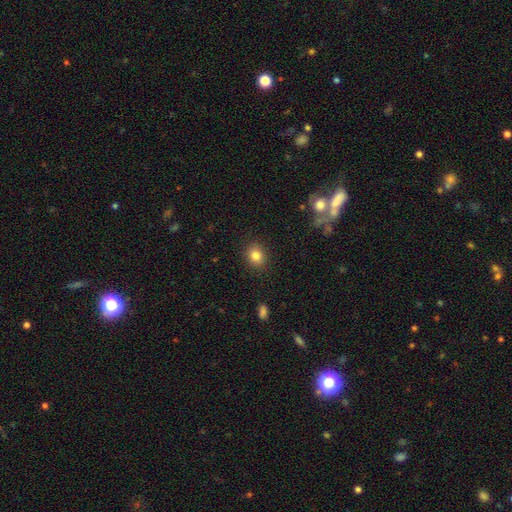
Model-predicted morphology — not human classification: This appears to be a smooth galaxy with no disk features (83%) that is round (67%). Merging: none (89%).